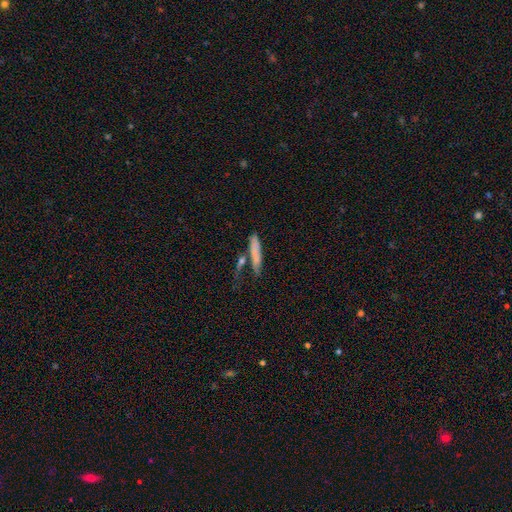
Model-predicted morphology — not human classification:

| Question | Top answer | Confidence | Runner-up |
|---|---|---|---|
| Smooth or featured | smooth | 71% | featured or disk (21%) |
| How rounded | cigar-shaped | 84% | in between (13%) |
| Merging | none | 56% | minor disturbance (19%) |